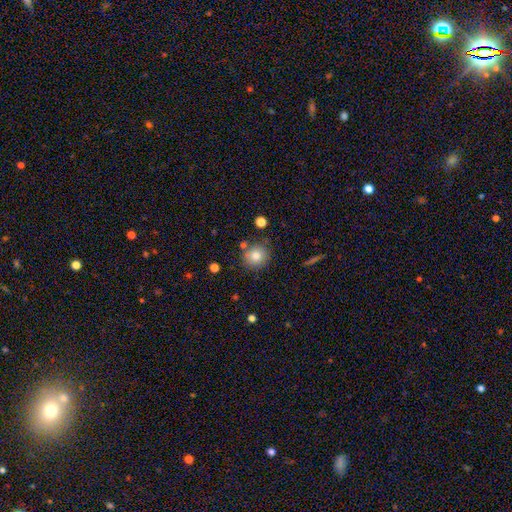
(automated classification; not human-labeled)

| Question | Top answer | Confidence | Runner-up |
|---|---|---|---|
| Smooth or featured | smooth | 81% | star or artifact (10%) |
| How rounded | round | 89% | in between (10%) |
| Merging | none | 81% | minor disturbance (11%) |